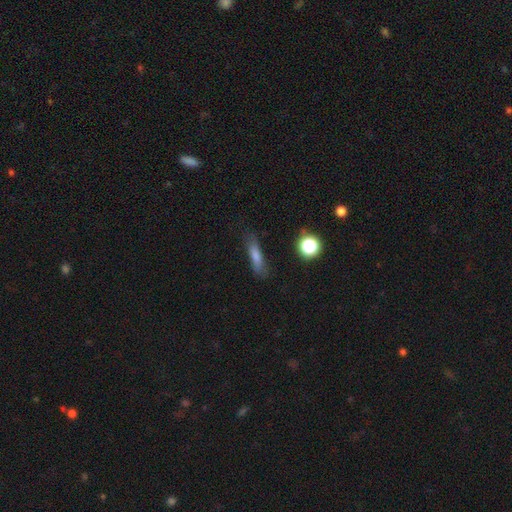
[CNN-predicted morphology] Smooth or featured: smooth — 70% (featured or disk — 19%)
How rounded: cigar-shaped — 71% (in between — 24%)
Merging: none — 76% (minor disturbance — 17%)